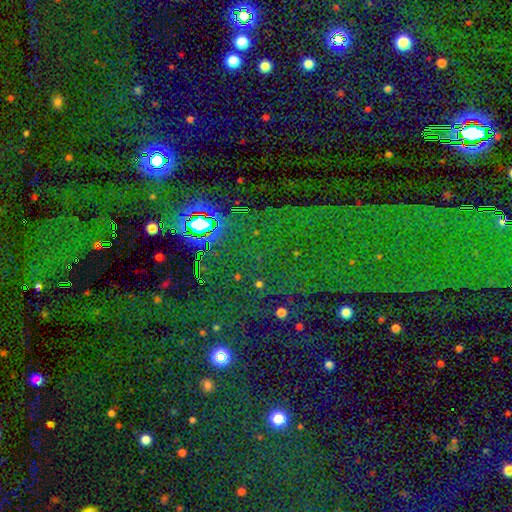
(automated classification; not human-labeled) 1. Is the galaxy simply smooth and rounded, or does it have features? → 80% star or artifact, 12% smooth, 8% featured or disk.